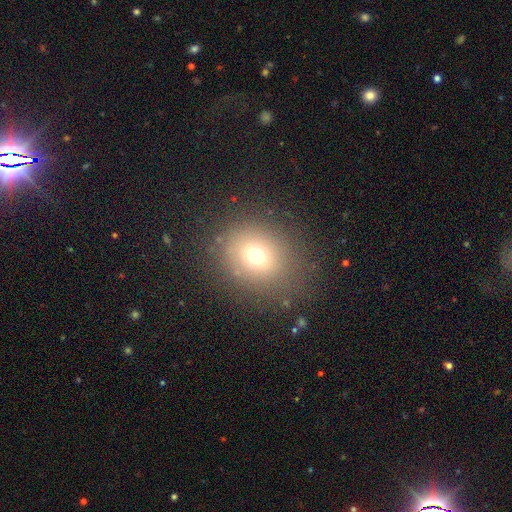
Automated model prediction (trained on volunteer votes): Smooth or featured?
  - smooth: 69% *
  - star or artifact: 19%
  - featured or disk: 12%
How rounded?
  - round: 69% *
  - in between: 30%
  - cigar-shaped: 1%
Merging?
  - none: 80% *
  - minor disturbance: 11%
  - major disturbance: 7%
  - merger: 2%